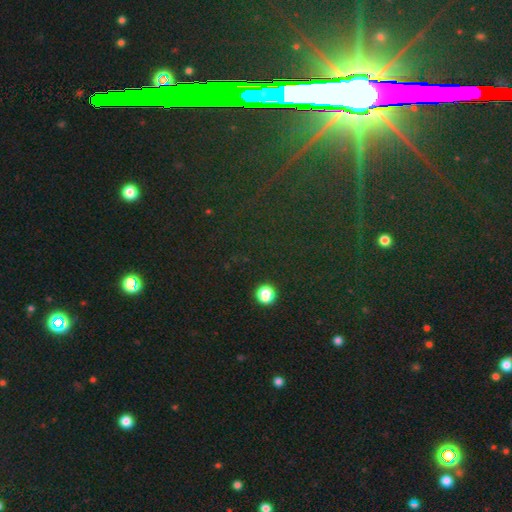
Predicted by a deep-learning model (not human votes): This appears to be a star or artifact, not a galaxy (74%).